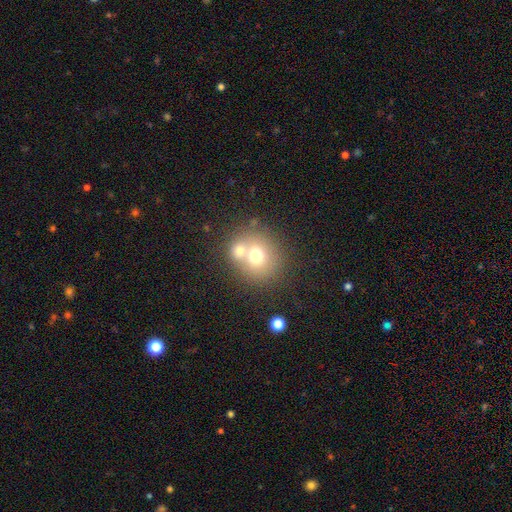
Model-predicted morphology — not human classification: This is likely a smooth galaxy (67%). How rounded: clearly round (81%). Merging: marginally none (45%).